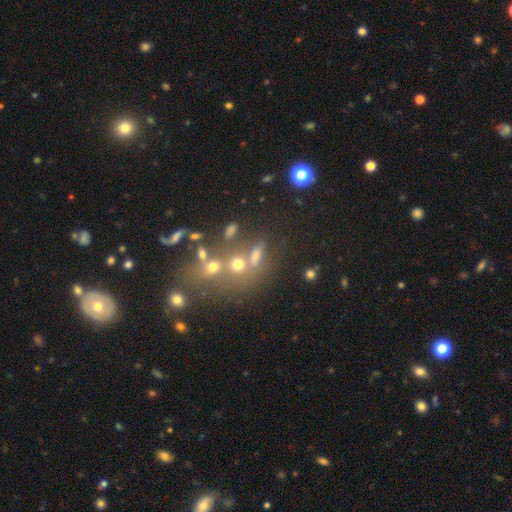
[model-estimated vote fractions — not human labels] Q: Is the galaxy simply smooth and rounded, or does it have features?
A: smooth — 56%.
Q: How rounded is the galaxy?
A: in between — 49%.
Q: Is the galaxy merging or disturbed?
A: none — 47%.